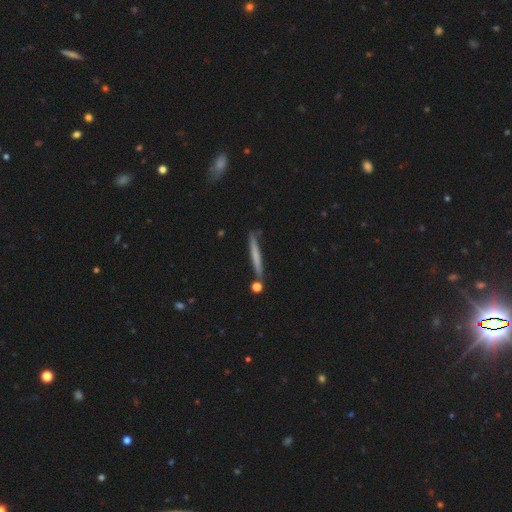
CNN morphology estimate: Overall: smooth (58%; featured or disk 36%). How rounded: cigar-shaped (96%). Merging: none (81%).